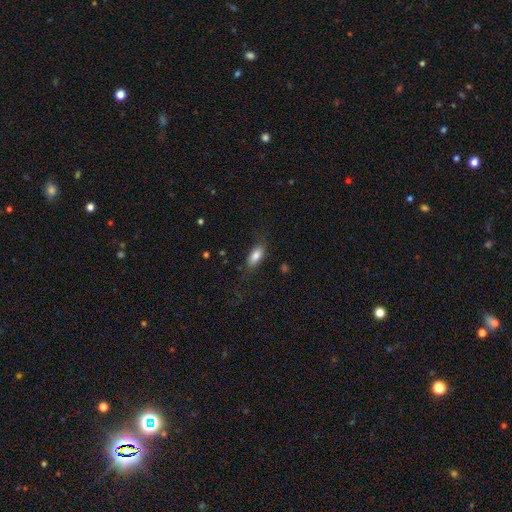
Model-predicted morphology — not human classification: type=smooth (79%); roundness=in between (83%); merging=none (75%).